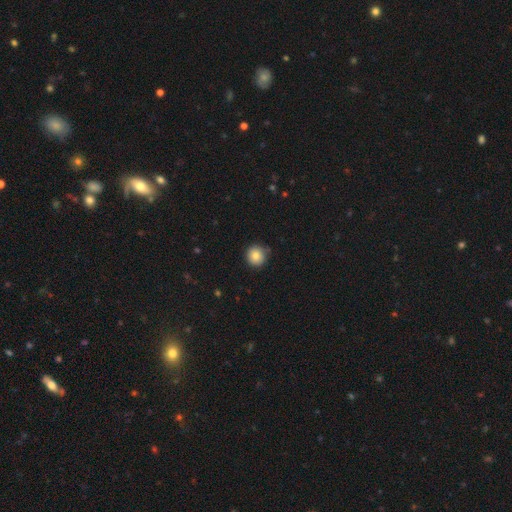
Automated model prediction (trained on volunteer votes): A smooth galaxy with no disk features (83%) that is round (94%).

Vote fractions:
- Smooth or featured? smooth: 83% / star or artifact: 9% / featured or disk: 8%
- How rounded? round: 94% / in between: 5% / cigar-shaped: 1%
- Merging? none: 84% / minor disturbance: 13% / major disturbance: 2% / merger: 1%